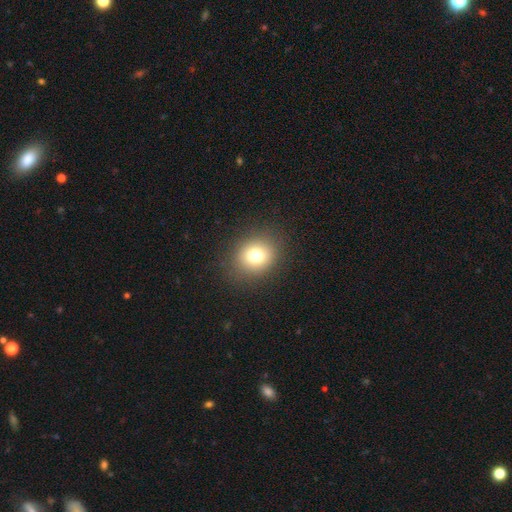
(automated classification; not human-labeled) This is likely a smooth galaxy (77%). How rounded: likely round (70%). Merging: clearly none (87%).